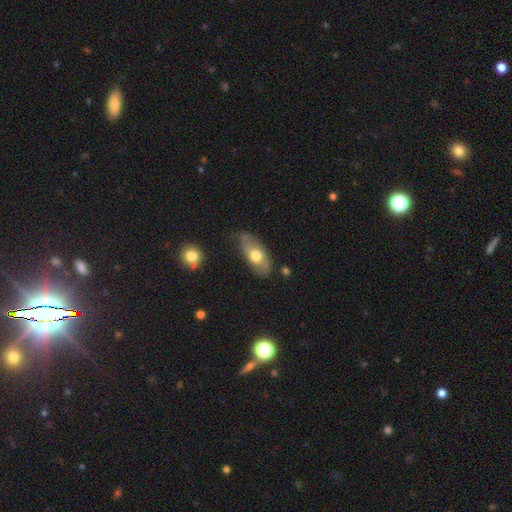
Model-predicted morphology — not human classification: Smooth or featured? smooth (54%)
How rounded? in between (87%)
Merging? none (67%)